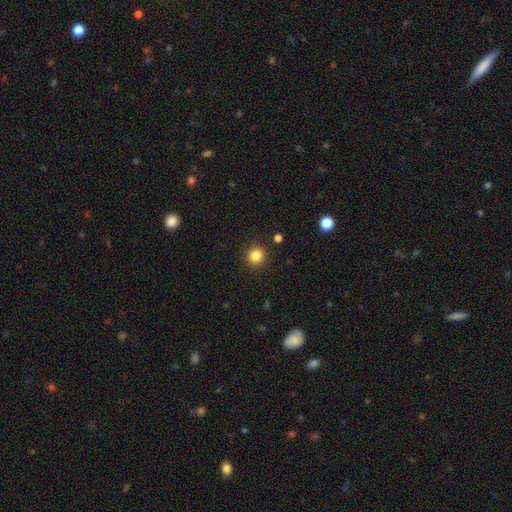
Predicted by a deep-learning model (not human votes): Morphology: type=smooth (84%); roundness=round (92%); merging=none (91%).